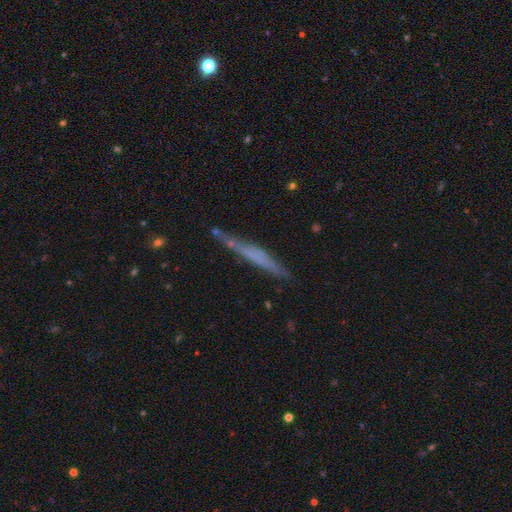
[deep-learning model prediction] Smooth or featured? Predicted: smooth (p=0.46, tied with featured or disk). Merging? Predicted: none (p=0.74).